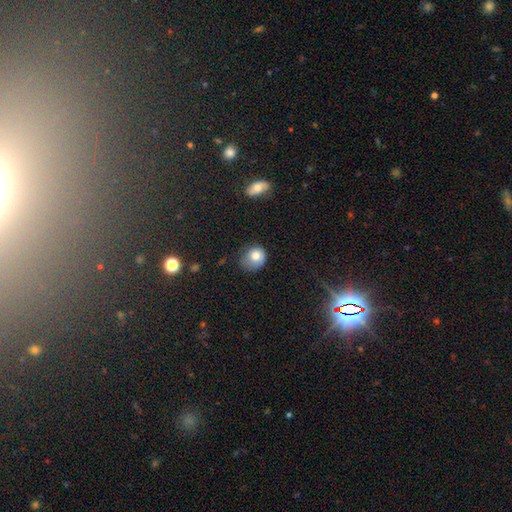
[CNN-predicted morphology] smooth_or_featured: smooth (p=0.77) [alt: featured or disk p=0.13]
how_rounded: round (p=0.72) [alt: in between p=0.27]
merging: none (p=0.50) [alt: minor disturbance p=0.34]